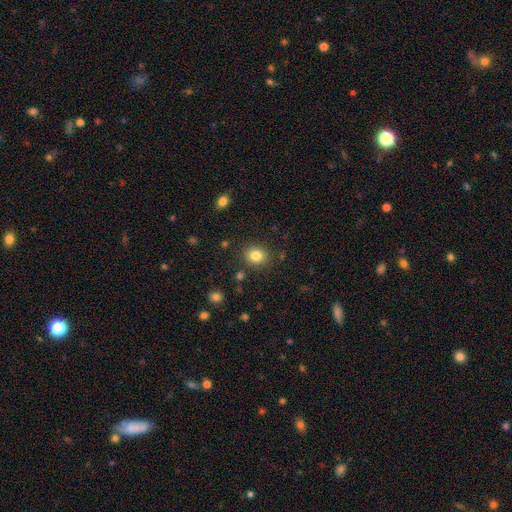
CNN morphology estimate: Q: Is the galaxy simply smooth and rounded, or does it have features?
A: smooth — 83%.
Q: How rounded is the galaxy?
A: round — 69%.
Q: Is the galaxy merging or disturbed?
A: none — 86%.